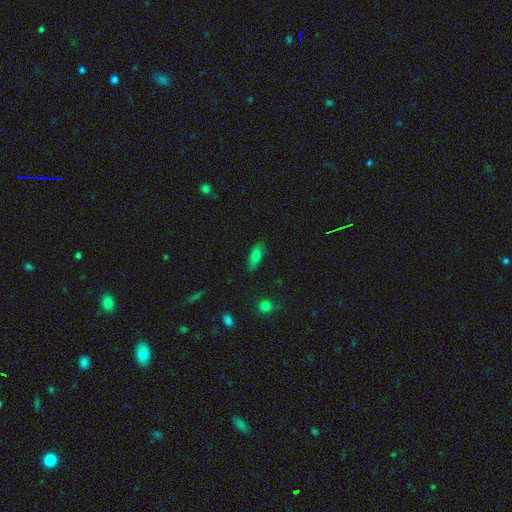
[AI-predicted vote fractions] A smooth galaxy with no disk features (72%) that is in between round and cigar-shaped (74%). Merging: none (71%).